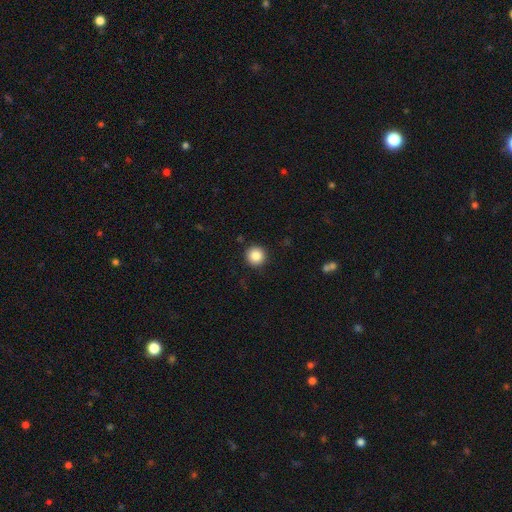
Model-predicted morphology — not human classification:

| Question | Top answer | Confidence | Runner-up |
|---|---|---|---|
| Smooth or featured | smooth | 87% | star or artifact (9%) |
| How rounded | round | 95% | in between (4%) |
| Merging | none | 92% | minor disturbance (5%) |